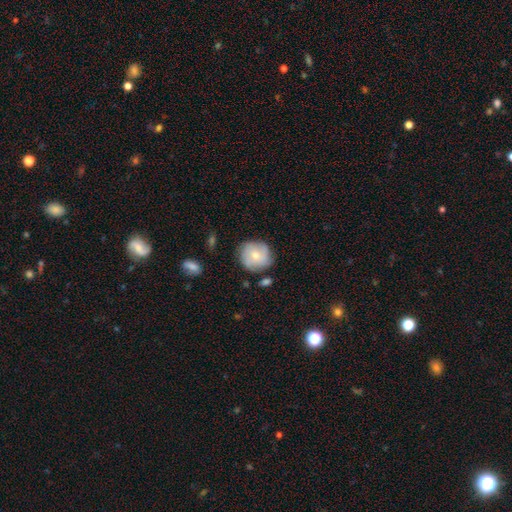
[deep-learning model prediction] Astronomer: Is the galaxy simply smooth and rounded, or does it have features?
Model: smooth — 59%.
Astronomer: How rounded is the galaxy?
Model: round — 89%.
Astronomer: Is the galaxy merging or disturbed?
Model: none — 74%.